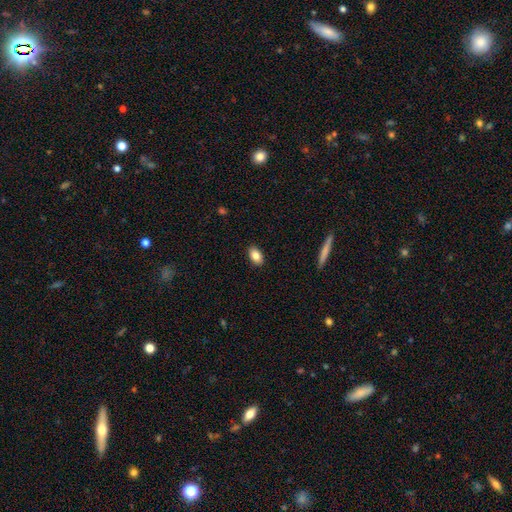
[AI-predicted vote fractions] Q: Smooth or featured?
A: smooth (84%); runner-up: featured or disk (9%)
Q: How rounded?
A: in between (91%); runner-up: round (6%)
Q: Merging?
A: none (89%); runner-up: minor disturbance (8%)